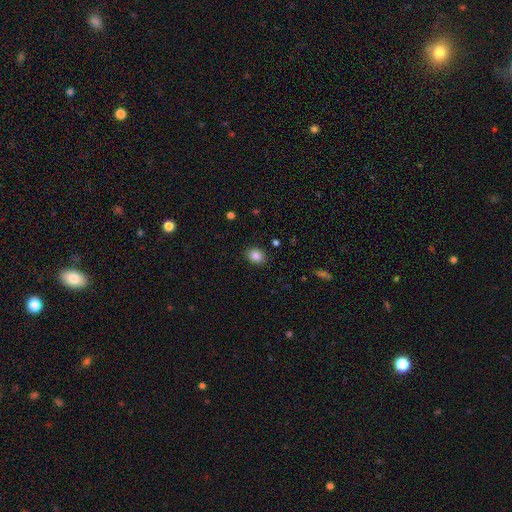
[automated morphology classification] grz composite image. It shows a smooth galaxy with no disk features (86%) that is in between round and cigar-shaped (50%). Merging: none (88%).